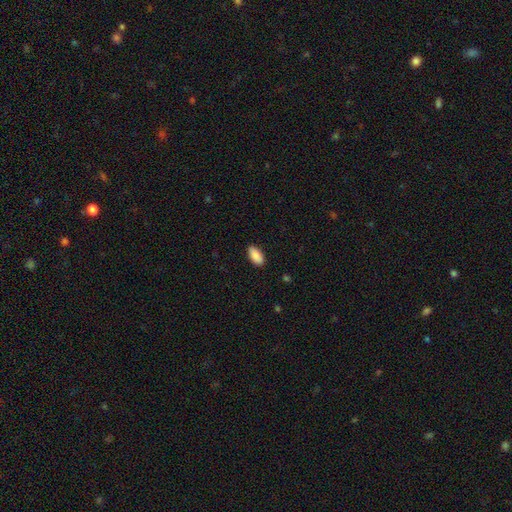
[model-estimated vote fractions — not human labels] This is clearly a smooth galaxy (90%). How rounded: clearly in between (94%). Merging: clearly none (89%).